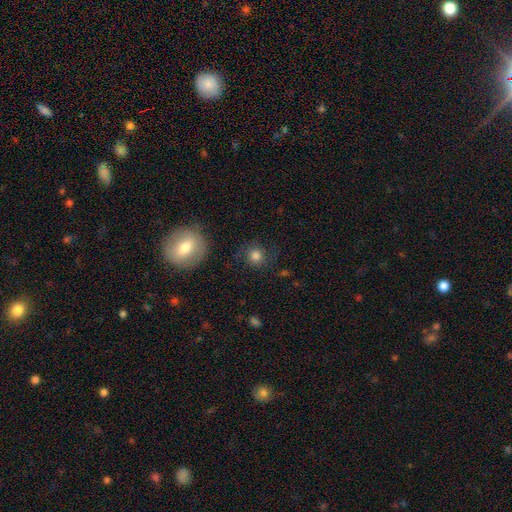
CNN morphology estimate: Q: Smooth or featured?
A: smooth (76%); runner-up: featured or disk (12%)
Q: How rounded?
A: round (88%); runner-up: in between (11%)
Q: Merging?
A: none (75%); runner-up: minor disturbance (15%)